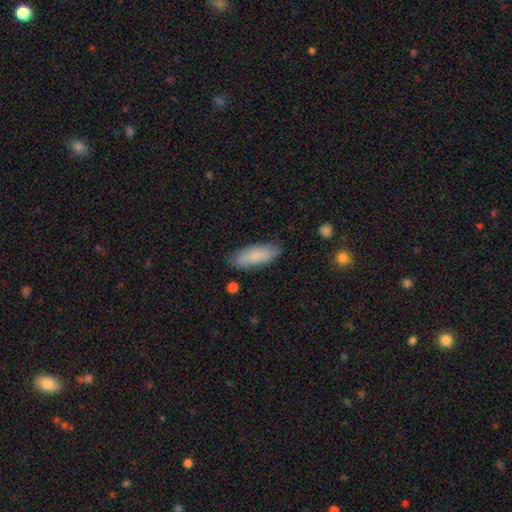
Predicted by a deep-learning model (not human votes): This is clearly a smooth galaxy (80%). How rounded: likely in between (65%). Merging: clearly none (80%).